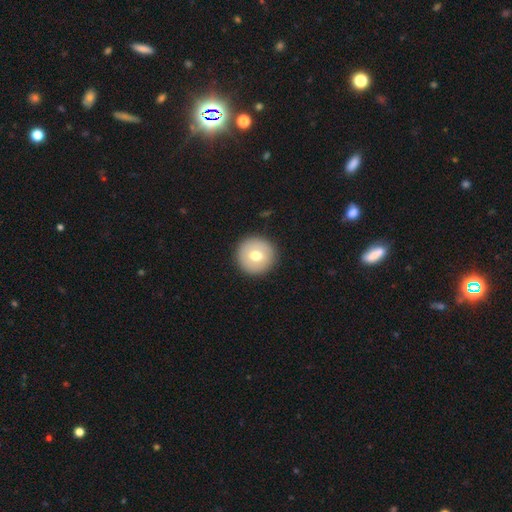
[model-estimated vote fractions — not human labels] Smooth or featured: smooth — 68% (featured or disk — 24%)
How rounded: round — 95% (in between — 4%)
Merging: none — 91% (minor disturbance — 6%)